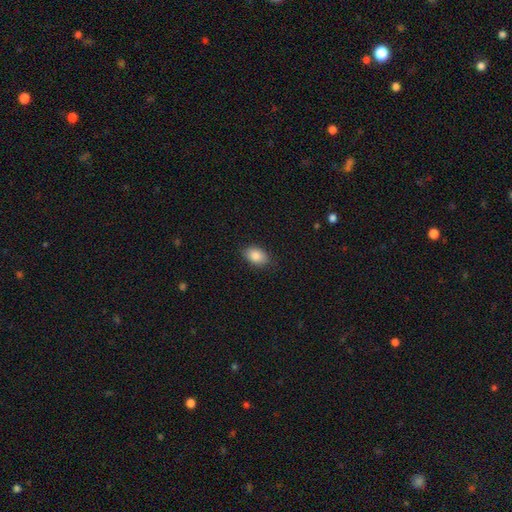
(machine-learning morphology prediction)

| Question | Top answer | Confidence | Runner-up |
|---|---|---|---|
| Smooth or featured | smooth | 87% | star or artifact (7%) |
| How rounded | in between | 86% | round (13%) |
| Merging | none | 85% | minor disturbance (12%) |